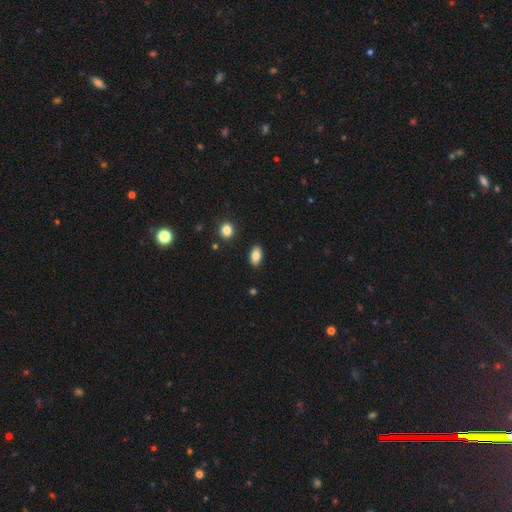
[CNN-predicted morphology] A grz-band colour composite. It shows a smooth galaxy with no disk features (84%) that is in between round and cigar-shaped (91%). Merging: none (89%).